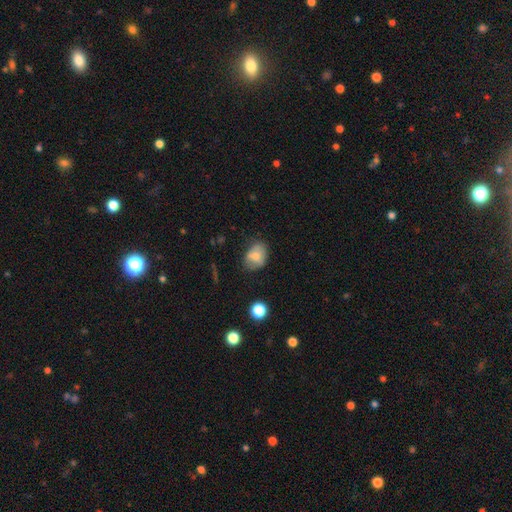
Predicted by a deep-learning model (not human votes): Smooth or featured? smooth (72%)
How rounded? in between (66%)
Merging? none (59%)